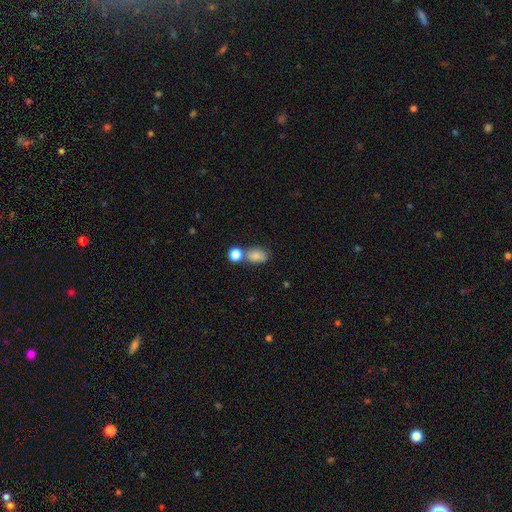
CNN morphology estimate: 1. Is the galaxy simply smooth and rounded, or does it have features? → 80% smooth, 10% star or artifact, 10% featured or disk.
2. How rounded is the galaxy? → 74% in between, 24% round, 2% cigar-shaped.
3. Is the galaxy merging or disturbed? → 49% none, 31% merger, 15% minor disturbance, 6% major disturbance.